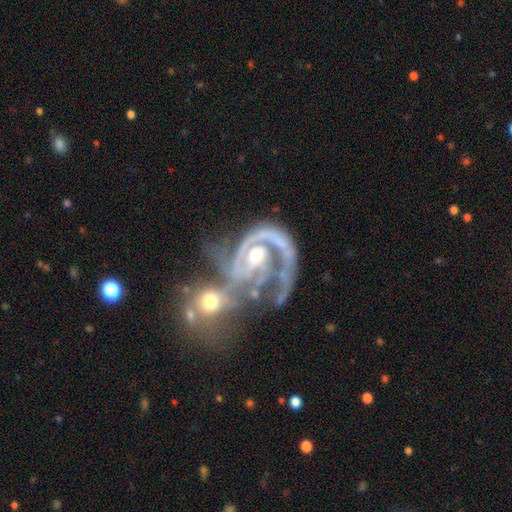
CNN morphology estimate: smooth_or_featured: featured or disk (p=0.90) [alt: star or artifact p=0.06]
disk_edge_on: no (p=0.98) [alt: yes p=0.02]
bar: no (p=0.54) [alt: weak p=0.31]
has_spiral_arms: yes (p=0.96) [alt: no p=0.04]
spiral_winding: tight (p=0.46) [alt: medium p=0.42]
spiral_arm_count: 2 (p=0.44) [alt: 3 p=0.17]
bulge_size: moderate (p=0.67) [alt: small p=0.21]
merging: merger (p=0.54) [alt: major disturbance p=0.21]